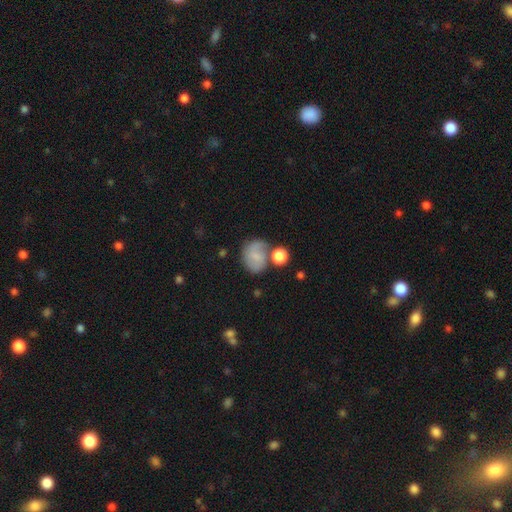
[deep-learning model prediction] A smooth galaxy with no disk features (65%) that is round (54%).

Vote fractions:
- Smooth or featured? smooth: 65% / featured or disk: 26% / star or artifact: 9%
- How rounded? round: 54% / in between: 45% / cigar-shaped: 1%
- Merging? none: 49% / minor disturbance: 23% / merger: 17% / major disturbance: 11%